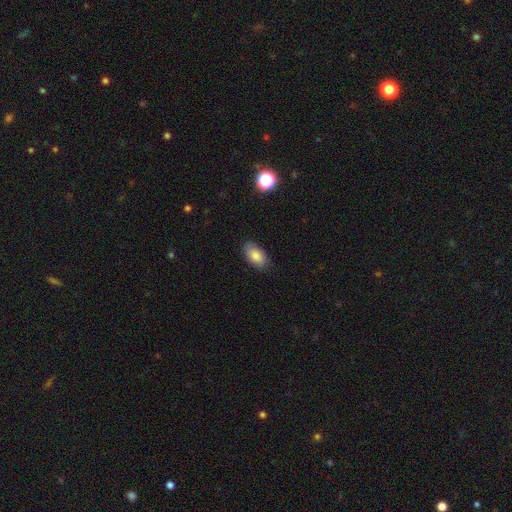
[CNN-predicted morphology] Smooth or featured?
  - smooth: 82% *
  - featured or disk: 10%
  - star or artifact: 8%
How rounded?
  - in between: 93% *
  - round: 5%
  - cigar-shaped: 2%
Merging?
  - none: 82% *
  - minor disturbance: 14%
  - major disturbance: 3%
  - merger: 1%